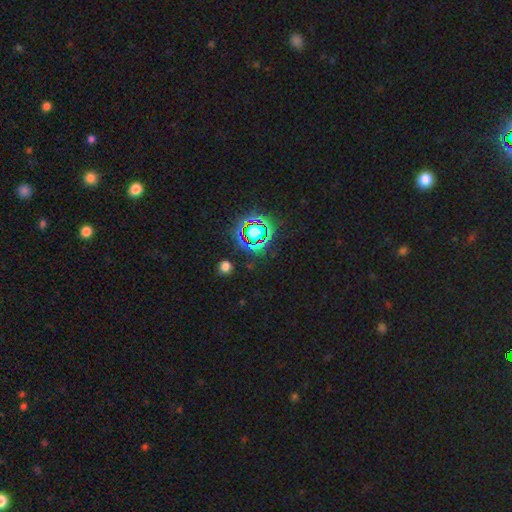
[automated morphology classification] This appears to be a star or artifact, not a galaxy (79%).